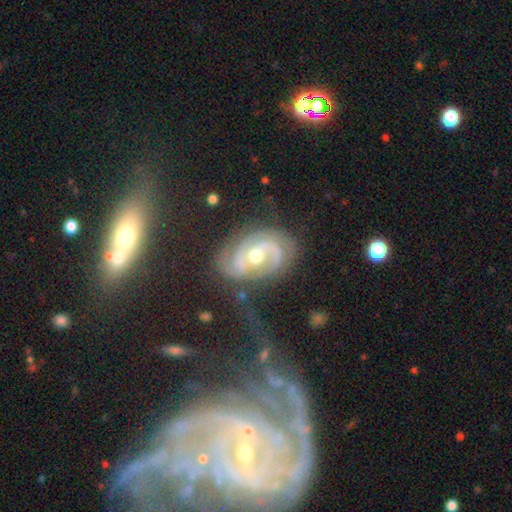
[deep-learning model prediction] Morphology: type=featured or disk (86%); edge-on=no (97%); bar=no (52%); spiral arms=yes (95%); winding=tight (46%); arm count=2 (66%); bulge=moderate (75%); merging=none (67%).